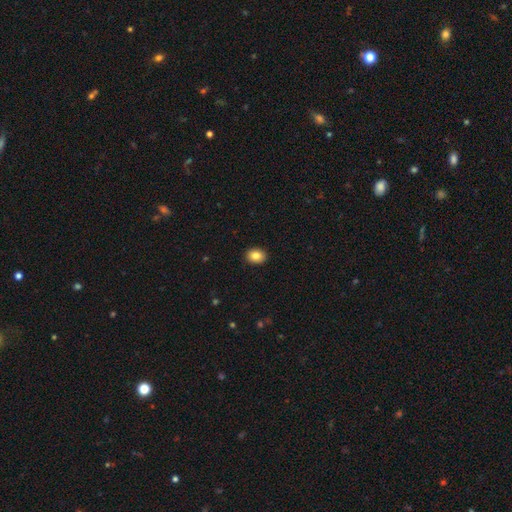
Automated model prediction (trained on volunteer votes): smooth_or_featured: smooth (p=0.85) [alt: star or artifact p=0.09]
how_rounded: in between (p=0.55) [alt: round p=0.44]
merging: none (p=0.91) [alt: minor disturbance p=0.06]